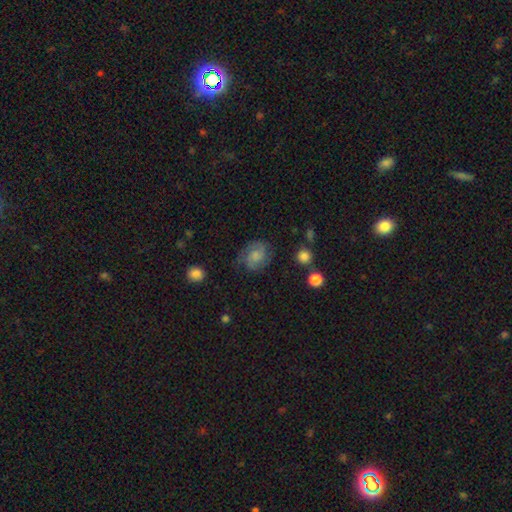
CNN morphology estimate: smooth_or_featured: featured or disk (p=0.51) [alt: smooth p=0.40]
disk_edge_on: no (p=0.98) [alt: yes p=0.02]
merging: none (p=0.66) [alt: minor disturbance p=0.21]